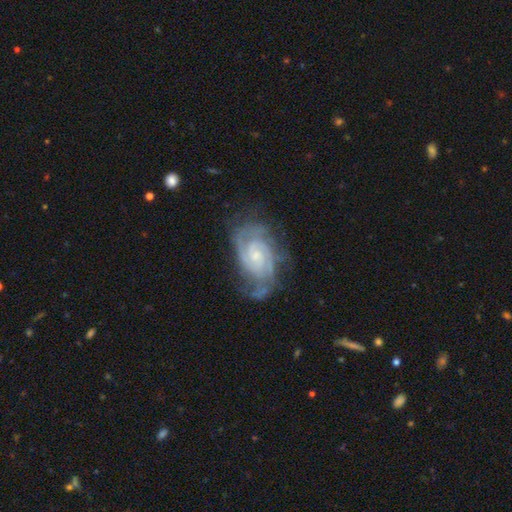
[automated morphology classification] The model was most divided on "bar": no: 58%, weak: 36%, strong: 7%. More confident: spiral arms — yes (97%); edge-on disk — no (97%); smooth or featured — featured or disk (87%); merging — none (65%); spiral winding — tight (60%); bulge size — small (59%); spiral arm count — 2 (57%).